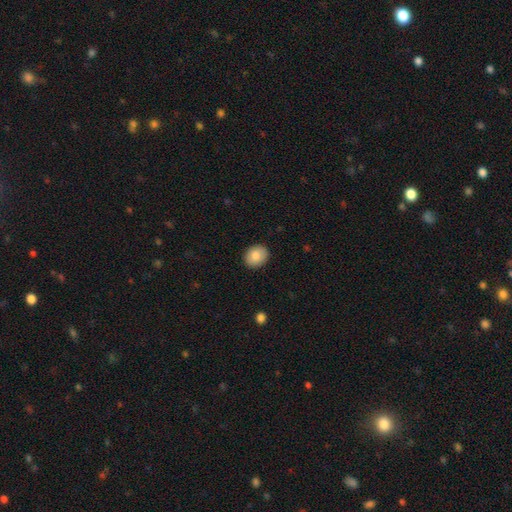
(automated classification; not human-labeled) Smooth or featured? Predicted: smooth (p=0.84). How rounded? Predicted: in between (p=0.50). Merging? Predicted: none (p=0.89).